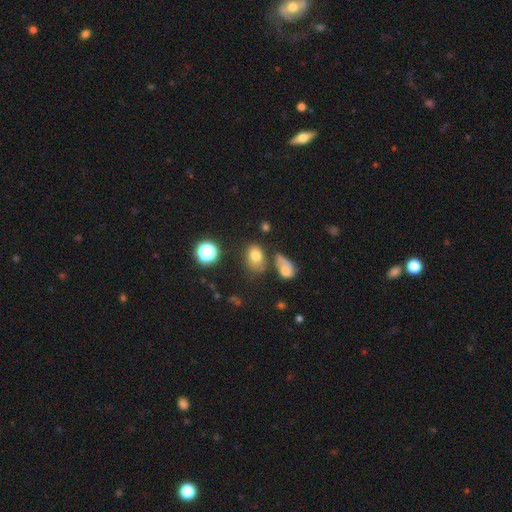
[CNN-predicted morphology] This is likely a smooth galaxy (75%). How rounded: likely in between (74%). Merging: possibly none (56%).